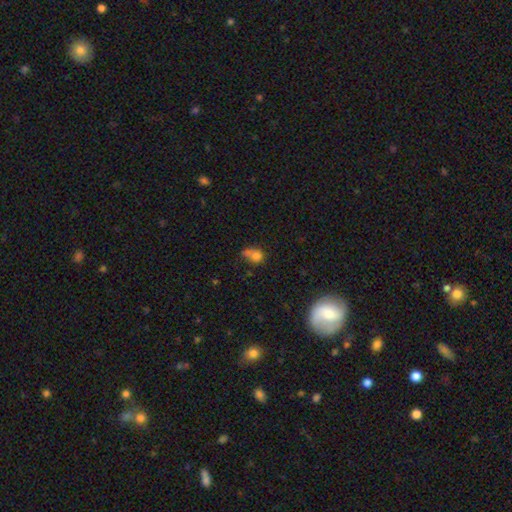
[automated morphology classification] smooth_or_featured: smooth (p=0.73) [alt: featured or disk p=0.14]
how_rounded: round (p=0.61) [alt: in between p=0.37]
merging: merger (p=0.46) [alt: none p=0.29]